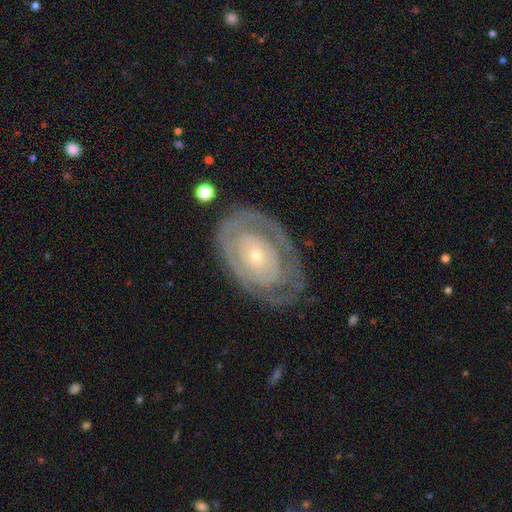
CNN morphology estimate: smooth_or_featured: featured or disk (p=0.75) [alt: smooth p=0.20]
disk_edge_on: no (p=0.94) [alt: yes p=0.06]
bar: no (p=0.85) [alt: weak p=0.11]
has_spiral_arms: yes (p=0.59) [alt: no p=0.41]
bulge_size: small (p=0.72) [alt: moderate p=0.24]
merging: none (p=0.68) [alt: minor disturbance p=0.19]